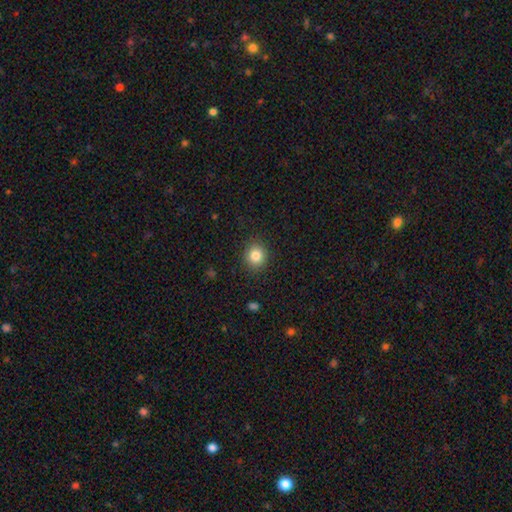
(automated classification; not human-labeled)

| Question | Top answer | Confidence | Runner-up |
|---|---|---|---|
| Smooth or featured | smooth | 84% | star or artifact (10%) |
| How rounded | round | 81% | in between (19%) |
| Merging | none | 89% | minor disturbance (8%) |